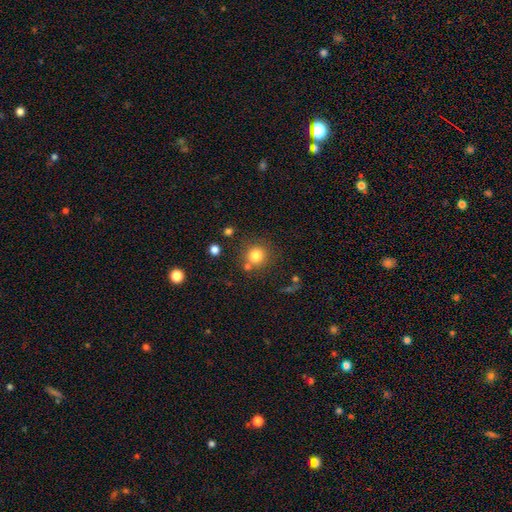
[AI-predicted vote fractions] Overall: smooth (81%). How rounded: round (92%). Merging: none (75%).